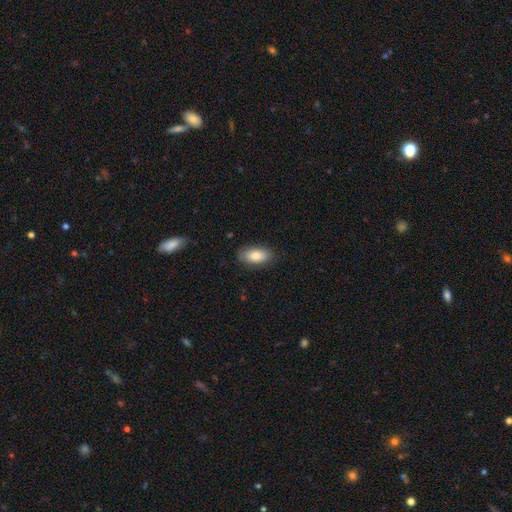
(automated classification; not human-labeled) Overall: smooth (83%). How rounded: in between (92%). Merging: none (83%).